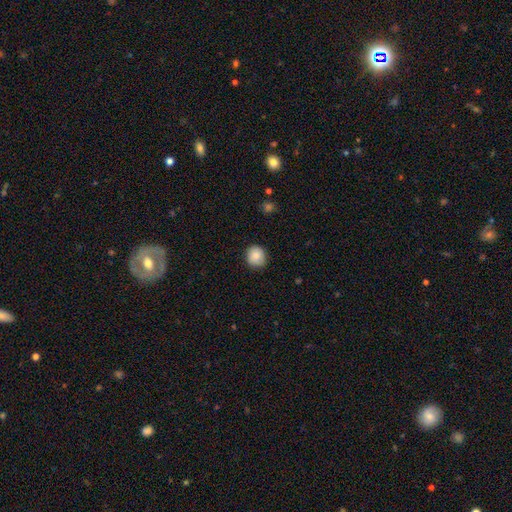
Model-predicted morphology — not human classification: Smooth or featured?
  - smooth: 86% *
  - star or artifact: 8%
  - featured or disk: 5%
How rounded?
  - round: 85% *
  - in between: 14%
  - cigar-shaped: 1%
Merging?
  - none: 84% *
  - minor disturbance: 13%
  - major disturbance: 2%
  - merger: 1%